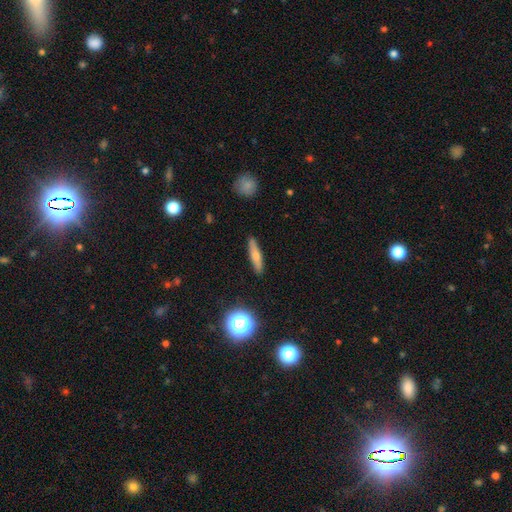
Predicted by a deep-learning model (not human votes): smooth 62%, featured or disk 29%, star or artifact 9%. Down the decision tree: how rounded — cigar-shaped (81%); merging — none (86%).